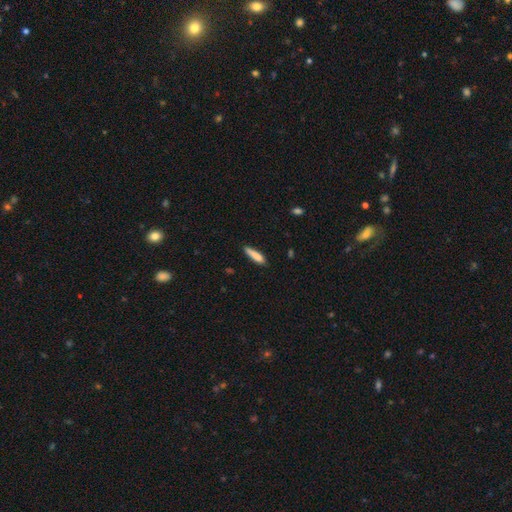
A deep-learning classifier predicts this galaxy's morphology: type=smooth (84%); roundness=cigar-shaped (77%); merging=none (77%).